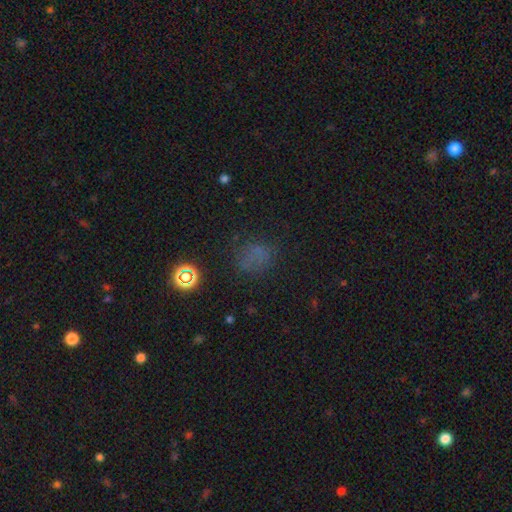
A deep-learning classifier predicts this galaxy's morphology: Smooth or featured: smooth — 53% (star or artifact — 34%)
How rounded: round — 62% (in between — 36%)
Merging: none — 66% (minor disturbance — 19%)